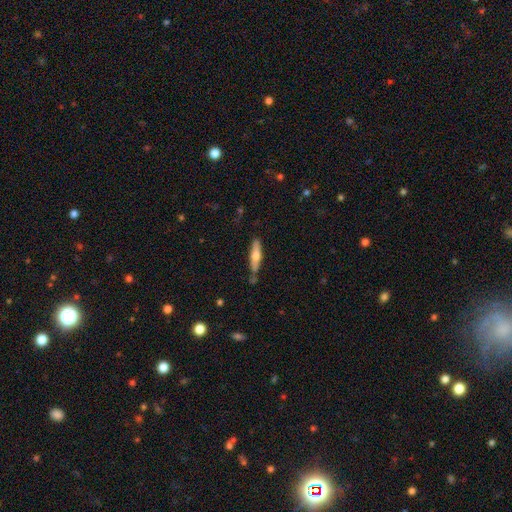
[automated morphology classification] smooth-or-featured: smooth: 54% | featured or disk: 41% | star or artifact: 6%
  how-rounded: cigar-shaped: 82% | in between: 16% | round: 2%
  merging: none: 75% | minor disturbance: 16% | merger: 6% | major disturbance: 3%